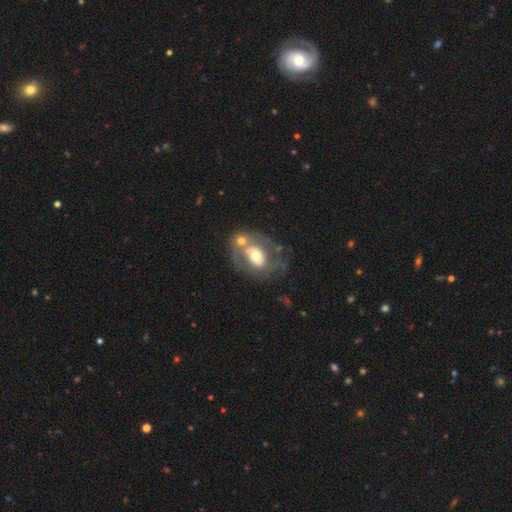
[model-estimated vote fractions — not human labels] Smooth or featured: featured or disk — 60% (smooth — 34%)
Edge-on disk: no — 95% (yes — 5%)
Bar: no — 63% (weak — 25%)
Spiral arms: no — 56% (yes — 44%)
Bulge size: moderate — 59% (large — 23%)
Merging: none — 41% (merger — 26%)